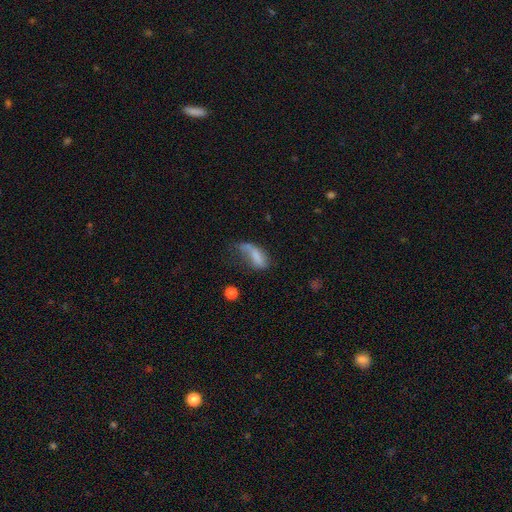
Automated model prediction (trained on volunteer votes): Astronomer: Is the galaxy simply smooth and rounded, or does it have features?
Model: smooth — 64%.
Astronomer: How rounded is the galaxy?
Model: in between — 77%.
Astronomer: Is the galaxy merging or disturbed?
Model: major disturbance — 41% (runner-up: minor disturbance, 27%).